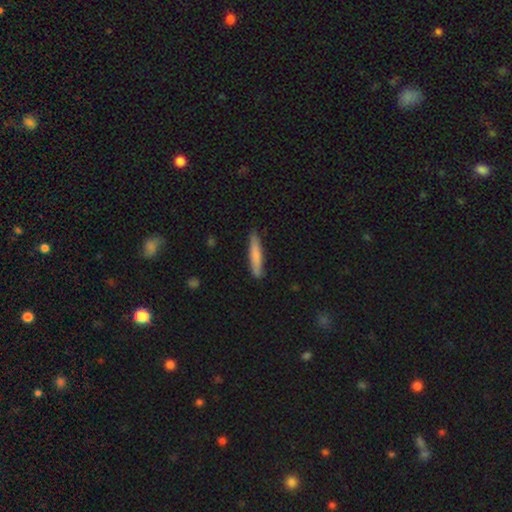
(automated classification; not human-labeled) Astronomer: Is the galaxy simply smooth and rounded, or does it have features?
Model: smooth — 76%.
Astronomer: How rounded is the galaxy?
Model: cigar-shaped — 91%.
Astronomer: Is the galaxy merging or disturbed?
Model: none — 84%.